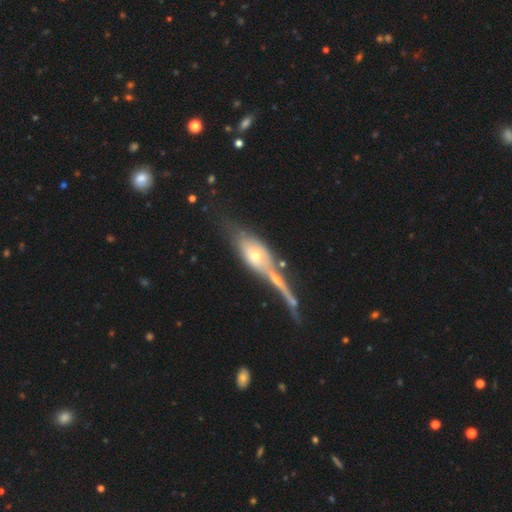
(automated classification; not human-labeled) A featured or disk galaxy (50%) viewed edge-on (55%).

Vote fractions:
- Smooth or featured? featured or disk: 50% / smooth: 42% / star or artifact: 8%
- Edge-on disk? yes: 55% / no: 45%
- Merging? none: 35% / merger: 34% / minor disturbance: 18% / major disturbance: 13%